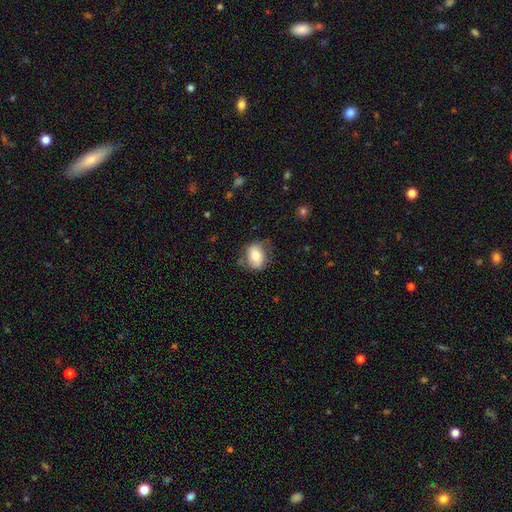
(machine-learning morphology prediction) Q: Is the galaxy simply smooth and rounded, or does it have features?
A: smooth — 72%.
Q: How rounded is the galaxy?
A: in between — 63%.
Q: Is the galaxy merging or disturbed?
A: none — 67%.